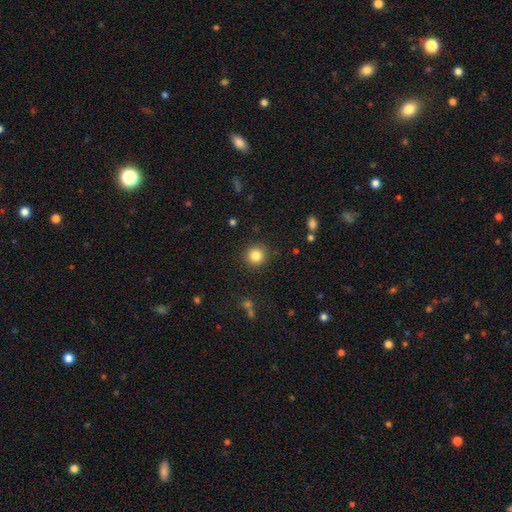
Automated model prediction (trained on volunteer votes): smooth 83%, star or artifact 11%, featured or disk 6%. Down the decision tree: how rounded — round (93%); merging — none (90%).